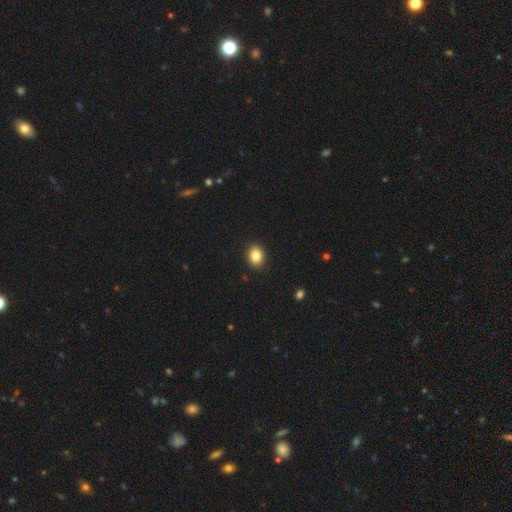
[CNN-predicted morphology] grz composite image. It shows a smooth galaxy with no disk features (85%) that is round (50%). Merging: none (91%).